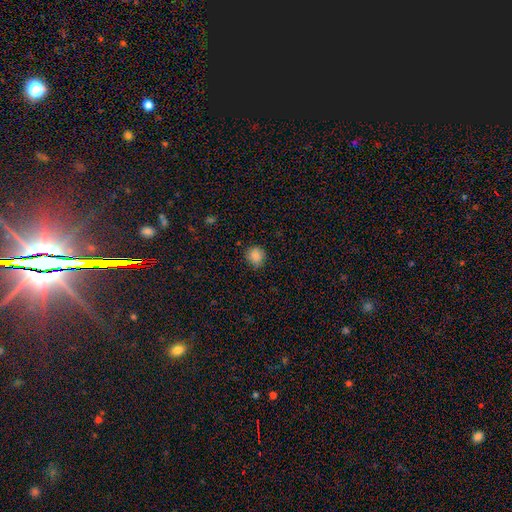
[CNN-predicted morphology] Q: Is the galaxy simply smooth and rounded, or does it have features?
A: smooth — 85%.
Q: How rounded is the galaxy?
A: round — 79%.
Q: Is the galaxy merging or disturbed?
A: none — 76%.